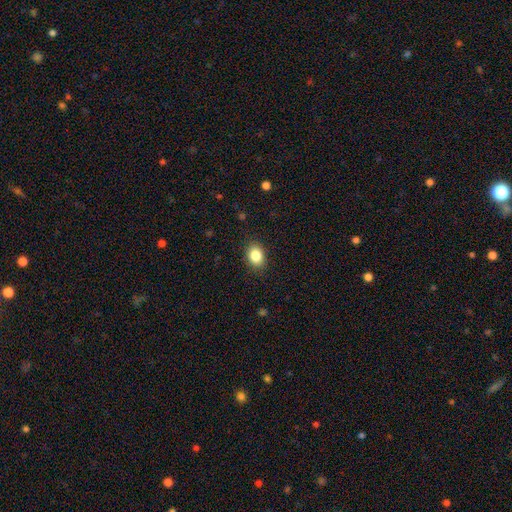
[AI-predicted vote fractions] Morphology: type=smooth (85%); roundness=in between (66%); merging=none (88%).